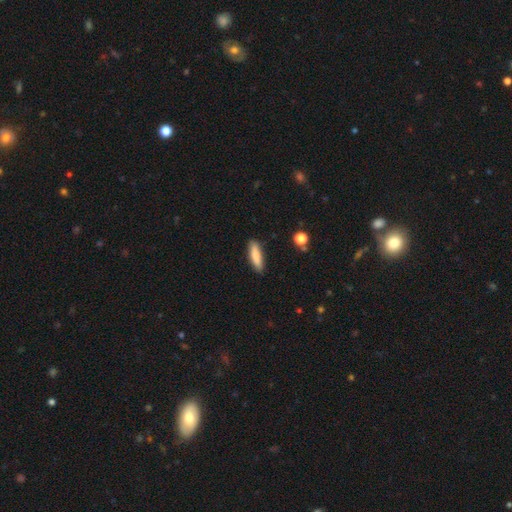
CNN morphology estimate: Smooth or featured: smooth — 84% (featured or disk — 10%)
How rounded: cigar-shaped — 66% (in between — 32%)
Merging: none — 87% (minor disturbance — 9%)